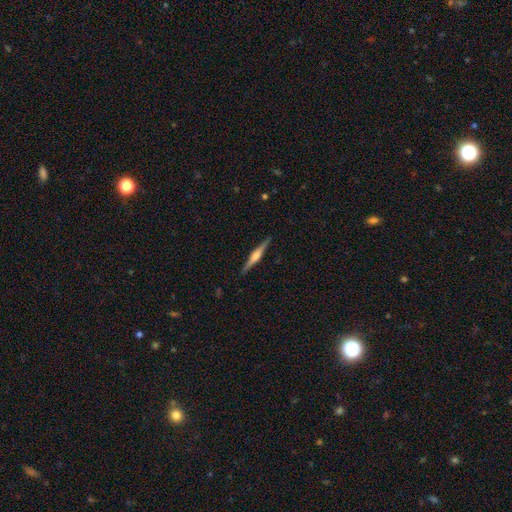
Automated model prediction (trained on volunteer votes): Q: Smooth or featured?
A: featured or disk (76%); runner-up: smooth (19%)
Q: Edge-on disk?
A: yes (98%); runner-up: no (2%)
Q: Edge-on bulge?
A: rounded (83%); runner-up: boxy (13%)
Q: Merging?
A: none (91%); runner-up: minor disturbance (6%)